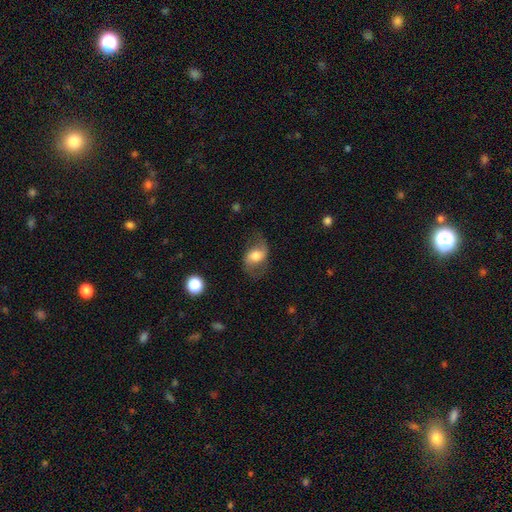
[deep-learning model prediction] Smooth or featured: featured or disk — 54% (smooth — 37%)
Edge-on disk: no — 95% (yes — 5%)
Bar: no — 41% (weak — 40%)
Spiral arms: yes — 84% (no — 16%)
Bulge size: moderate — 55% (large — 24%)
Merging: none — 66% (minor disturbance — 20%)